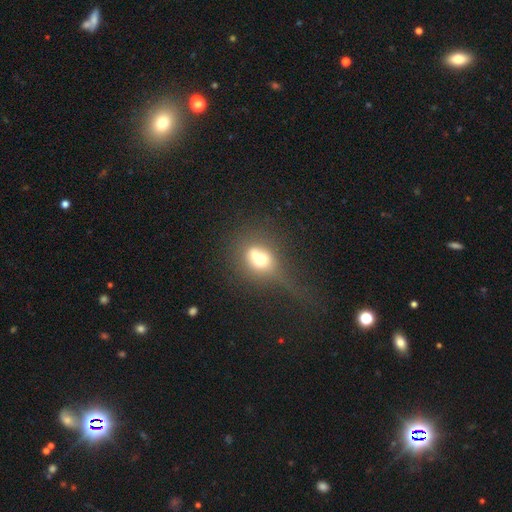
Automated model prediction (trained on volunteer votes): This is possibly a smooth galaxy (58%). How rounded: possibly round (55%). Merging: marginally merger (44%).